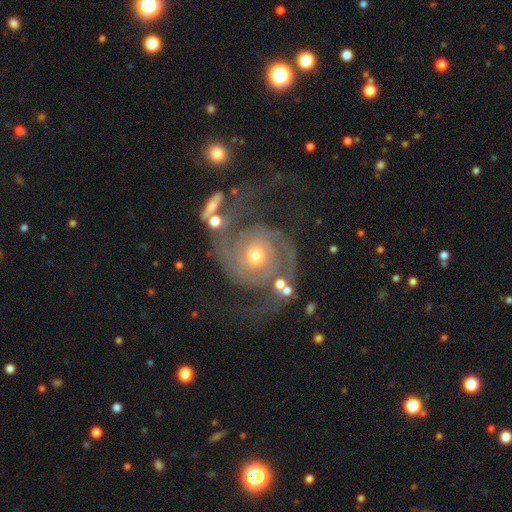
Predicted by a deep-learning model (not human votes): This appears to be a featured or disk galaxy (90%) with no bar (75%), 2 (77%) tight (53%) spiral arms (98%) and a moderate central bulge (53%). Merging: none (54%).